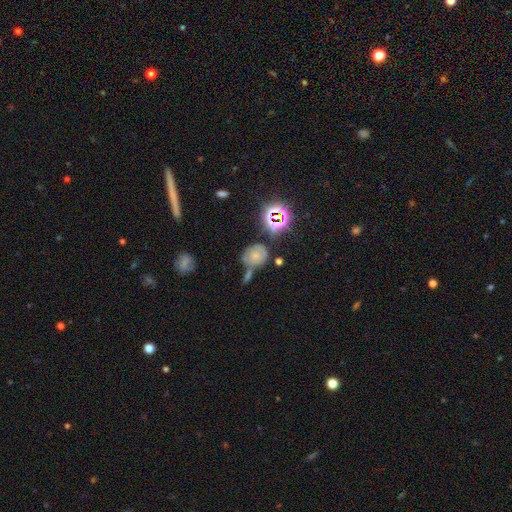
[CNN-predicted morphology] smooth 53%, featured or disk 24%, star or artifact 23%. Down the decision tree: how rounded — round (67%); merging — none (43%).